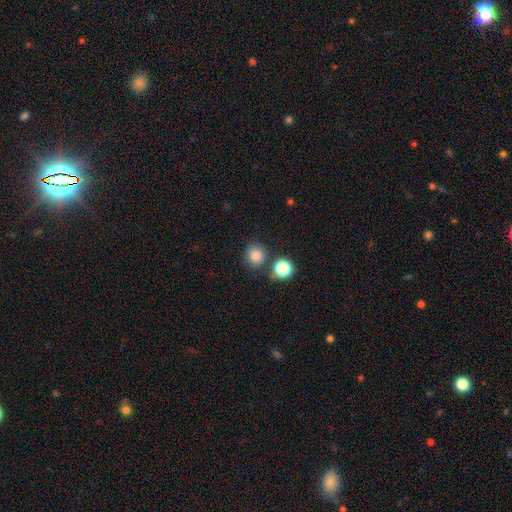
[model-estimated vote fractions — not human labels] Overall: smooth (83%). How rounded: round (89%). Merging: none (76%).